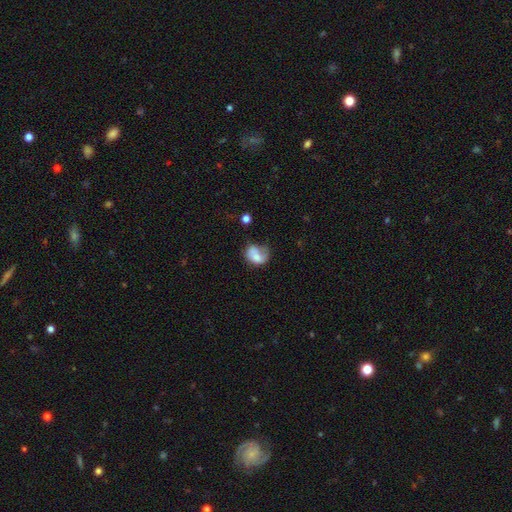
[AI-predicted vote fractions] This is likely a smooth galaxy (61%). How rounded: likely in between (61%). Merging: marginally major disturbance (30%, tied with none).